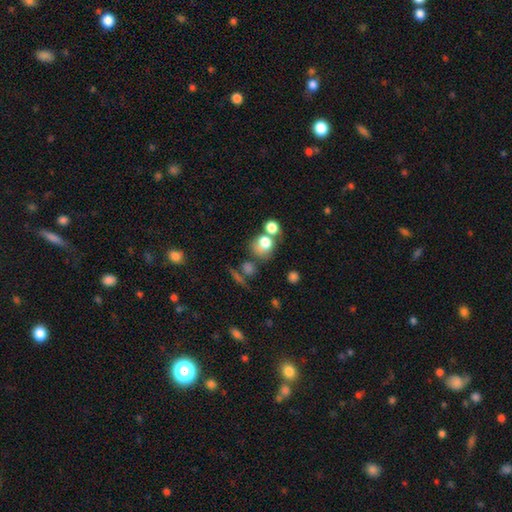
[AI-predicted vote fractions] The model was most divided on "smooth or featured": star or artifact: 47%, smooth: 38%, featured or disk: 14%.